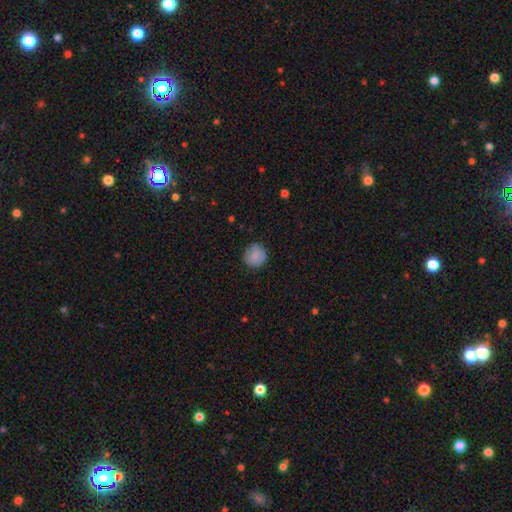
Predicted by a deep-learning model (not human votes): The model was most divided on "merging": none: 81%, minor disturbance: 14%, major disturbance: 3%, merger: 1%. More confident: how rounded — round (92%); smooth or featured — smooth (84%).